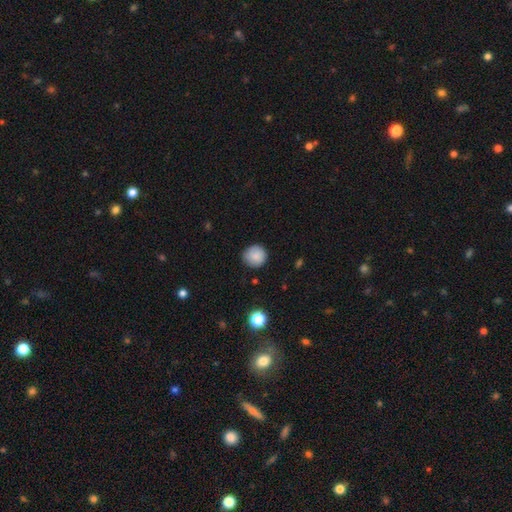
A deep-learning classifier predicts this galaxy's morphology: Smooth or featured?
  - smooth: 86% *
  - star or artifact: 9%
  - featured or disk: 5%
How rounded?
  - round: 93% *
  - in between: 6%
  - cigar-shaped: 1%
Merging?
  - none: 86% *
  - minor disturbance: 11%
  - major disturbance: 2%
  - merger: 1%